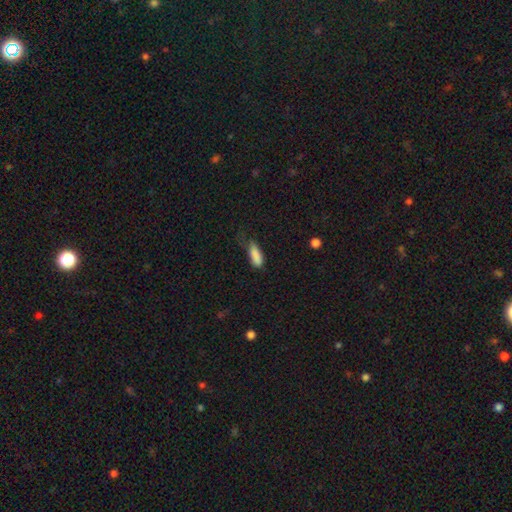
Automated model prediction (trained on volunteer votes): Q: Smooth or featured?
A: smooth (85%); runner-up: star or artifact (8%)
Q: How rounded?
A: in between (61%); runner-up: cigar-shaped (37%)
Q: Merging?
A: none (40%); runner-up: minor disturbance (37%)